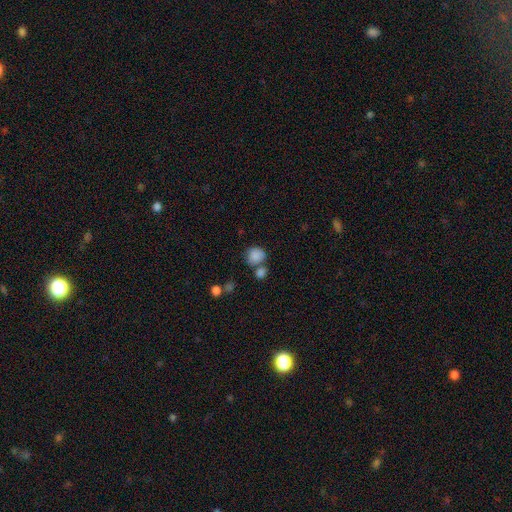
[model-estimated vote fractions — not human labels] Smooth or featured: smooth — 85% (star or artifact — 9%)
How rounded: round — 78% (in between — 21%)
Merging: none — 52% (merger — 29%)